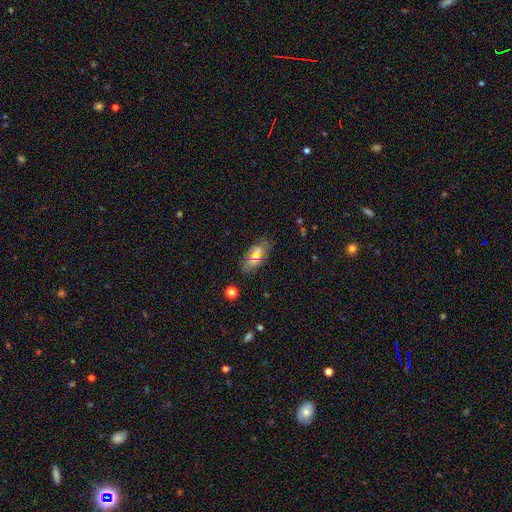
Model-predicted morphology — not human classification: The model was most divided on "smooth or featured": smooth: 57%, featured or disk: 24%, star or artifact: 19%. More confident: how rounded — in between (83%); merging — none (75%).